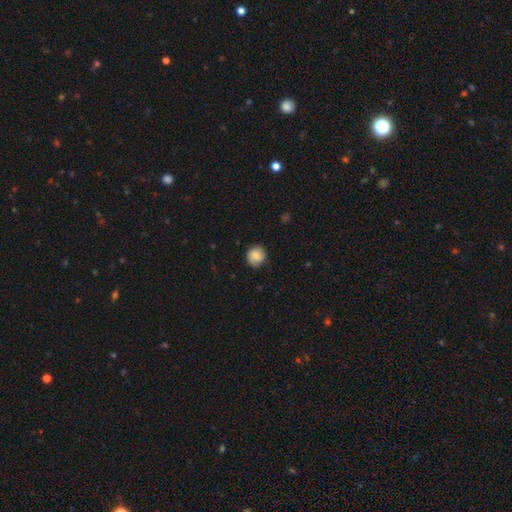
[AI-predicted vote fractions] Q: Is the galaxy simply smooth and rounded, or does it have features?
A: smooth — 78%.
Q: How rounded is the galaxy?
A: round — 88%.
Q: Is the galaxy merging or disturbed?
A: none — 82%.